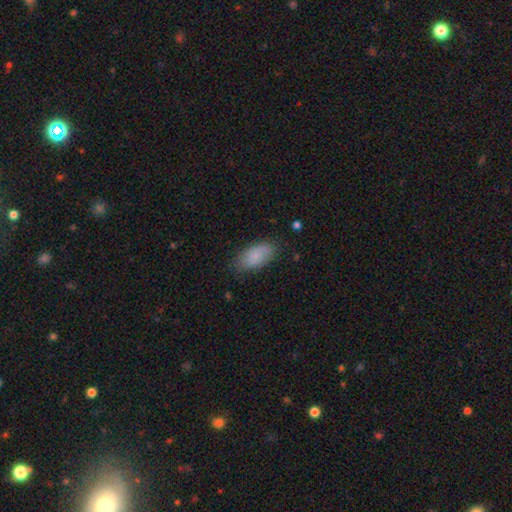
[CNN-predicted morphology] Q: Smooth or featured?
A: smooth (82%); runner-up: featured or disk (12%)
Q: How rounded?
A: in between (91%); runner-up: cigar-shaped (6%)
Q: Merging?
A: none (78%); runner-up: minor disturbance (17%)